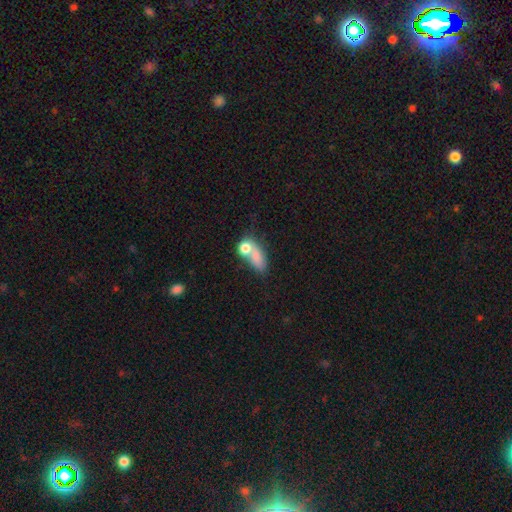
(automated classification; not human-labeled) A smooth galaxy with no disk features (74%) that is in between round and cigar-shaped (65%). Merging: merger (53%).